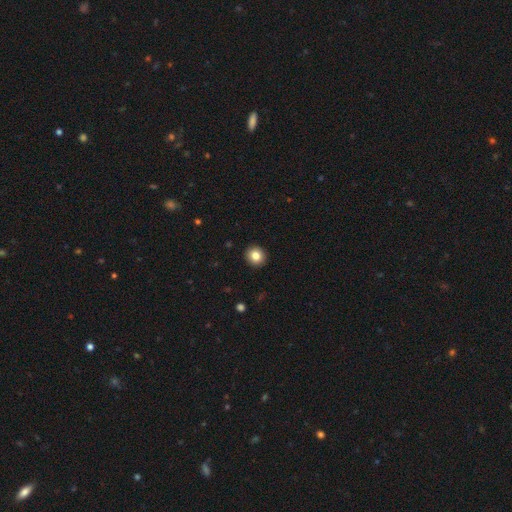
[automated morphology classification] A smooth galaxy with no disk features (83%) that is round (92%).

Vote fractions:
- Smooth or featured? smooth: 83% / star or artifact: 10% / featured or disk: 7%
- How rounded? round: 92% / in between: 7% / cigar-shaped: 1%
- Merging? none: 93% / minor disturbance: 5% / major disturbance: 1% / merger: 1%